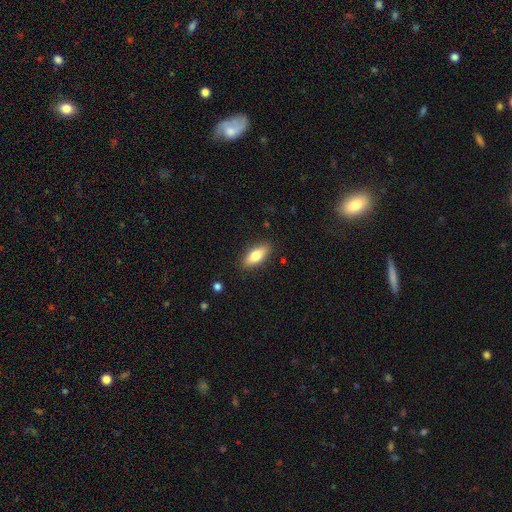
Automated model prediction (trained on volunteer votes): A smooth galaxy with no disk features (74%) that is in between round and cigar-shaped (76%). Merging: none (88%).